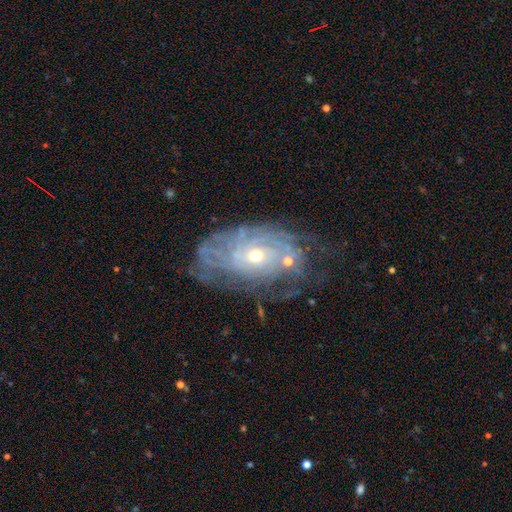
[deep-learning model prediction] The model was most divided on "bulge size": small: 55%, moderate: 41%, large: 2%, none: 1%, dominant: 1%. More confident: edge-on disk — no (93%); bar — no (79%); smooth or featured — featured or disk (76%); spiral arms — yes (75%); spiral winding — tight (71%); spiral arm count — can't tell (62%); merging — none (54%).